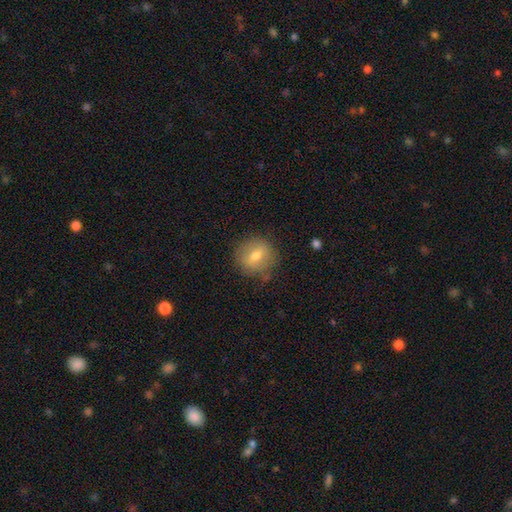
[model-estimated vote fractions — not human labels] This is likely a smooth galaxy (66%). How rounded: clearly round (87%). Merging: likely none (80%).